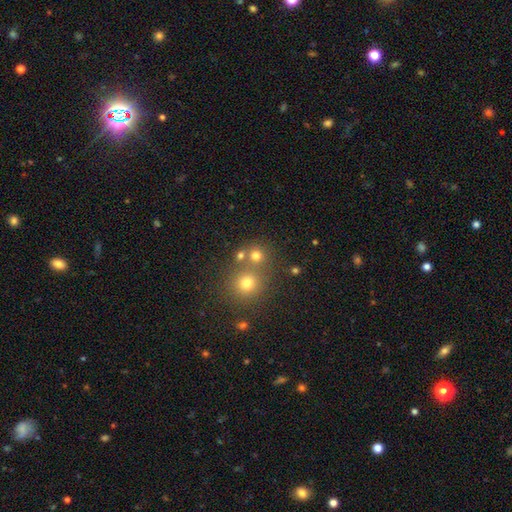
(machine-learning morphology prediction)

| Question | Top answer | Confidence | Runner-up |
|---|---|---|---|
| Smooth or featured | smooth | 73% | star or artifact (18%) |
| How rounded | round | 88% | in between (11%) |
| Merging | none | 63% | merger (27%) |